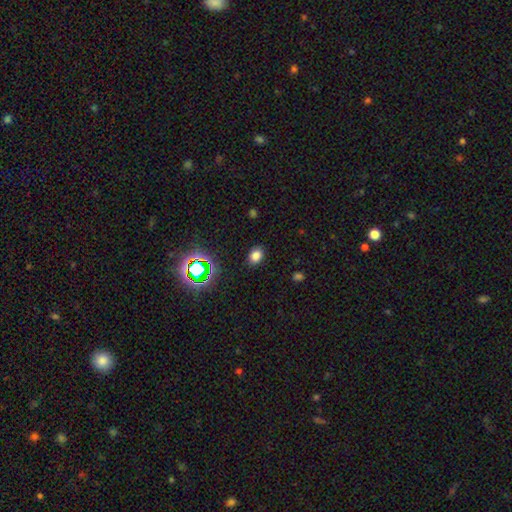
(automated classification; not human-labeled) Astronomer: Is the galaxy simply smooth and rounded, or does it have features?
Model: smooth — 76%.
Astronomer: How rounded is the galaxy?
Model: in between — 64%.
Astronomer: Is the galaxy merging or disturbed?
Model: none — 87%.